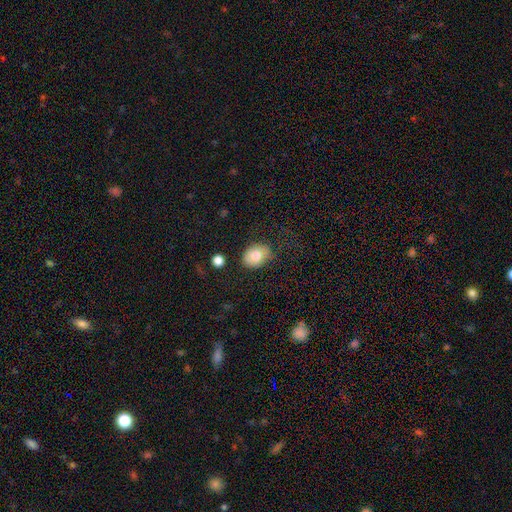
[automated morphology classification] smooth-or-featured: smooth: 81% | featured or disk: 11% | star or artifact: 8%
  how-rounded: in between: 69% | round: 30% | cigar-shaped: 1%
  merging: none: 72% | minor disturbance: 20% | major disturbance: 5% | merger: 3%